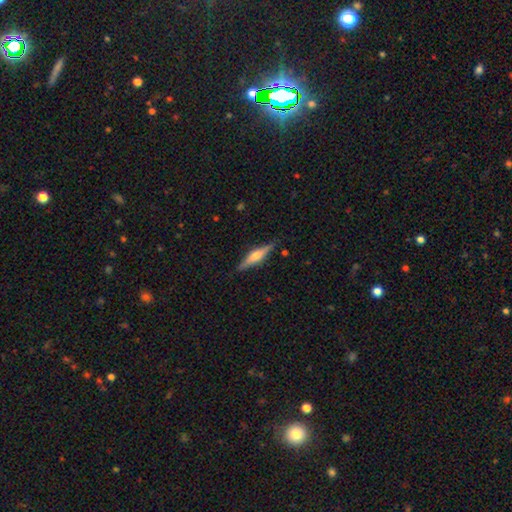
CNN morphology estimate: A featured or disk galaxy (63%) viewed edge-on (97%) with a rounded central bulge (80%).

Vote fractions:
- Smooth or featured? featured or disk: 63% / smooth: 30% / star or artifact: 6%
- Edge-on disk? yes: 97% / no: 3%
- Edge-on bulge? rounded: 80% / boxy: 14% / none: 5%
- Merging? none: 87% / minor disturbance: 9% / major disturbance: 2% / merger: 1%